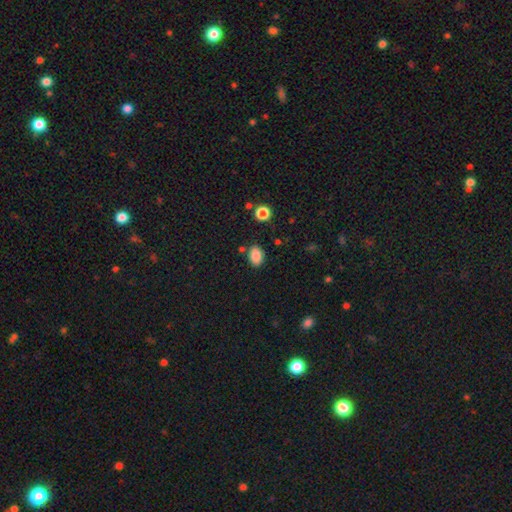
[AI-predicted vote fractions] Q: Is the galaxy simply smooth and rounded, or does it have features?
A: smooth — 86%.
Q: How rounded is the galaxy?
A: in between — 79%.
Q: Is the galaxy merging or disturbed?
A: none — 79%.